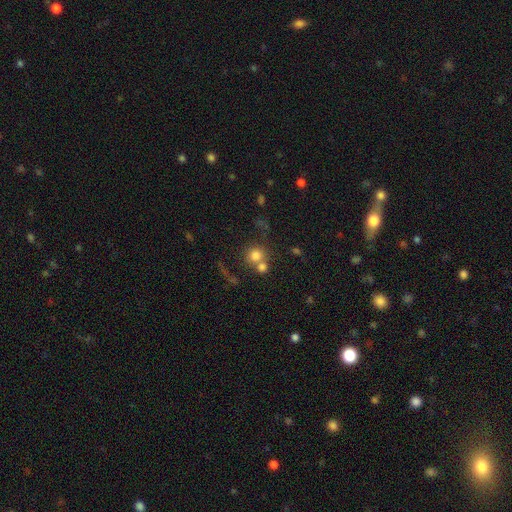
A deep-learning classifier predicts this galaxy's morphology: Smooth or featured?
  - smooth: 76% *
  - star or artifact: 13%
  - featured or disk: 12%
How rounded?
  - round: 88% *
  - in between: 11%
  - cigar-shaped: 1%
Merging?
  - none: 46% *
  - merger: 40%
  - minor disturbance: 8%
  - major disturbance: 6%